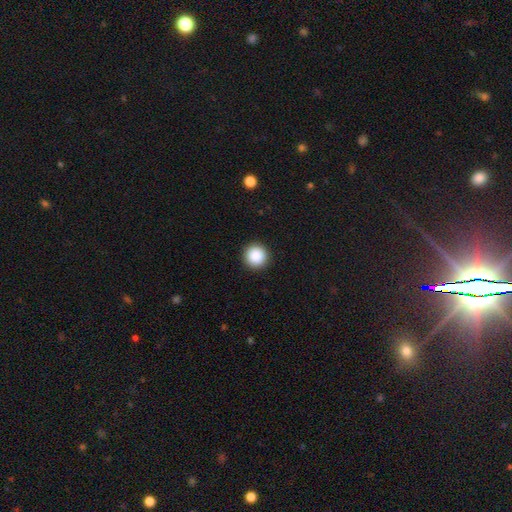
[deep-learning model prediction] Q: Smooth or featured?
A: smooth (89%); runner-up: star or artifact (8%)
Q: How rounded?
A: round (96%); runner-up: in between (3%)
Q: Merging?
A: none (93%); runner-up: minor disturbance (4%)